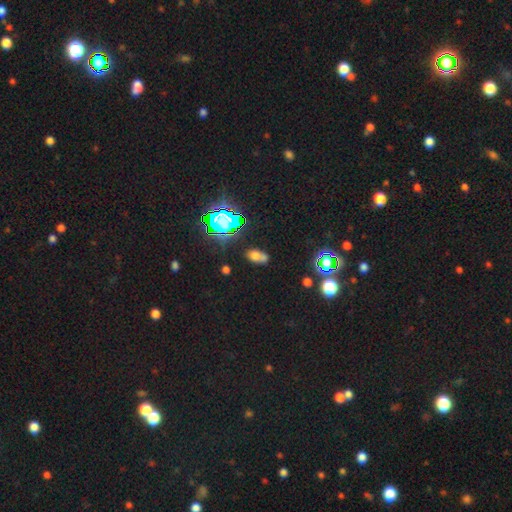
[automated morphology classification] This is possibly a smooth galaxy (56%). How rounded: likely in between (79%). Merging: possibly none (50%).